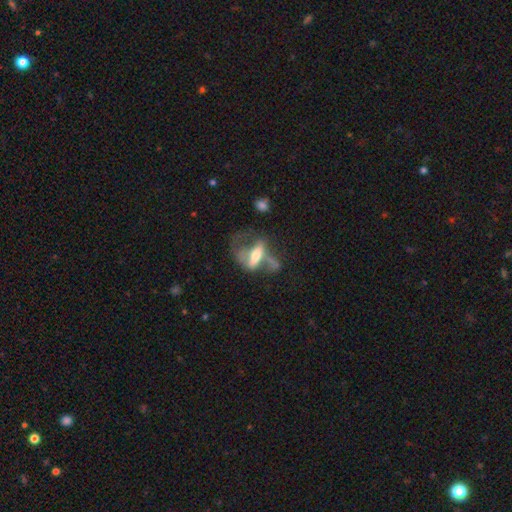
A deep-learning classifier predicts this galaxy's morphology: This appears to be a featured or disk galaxy (58%). Merging: major disturbance (50%).